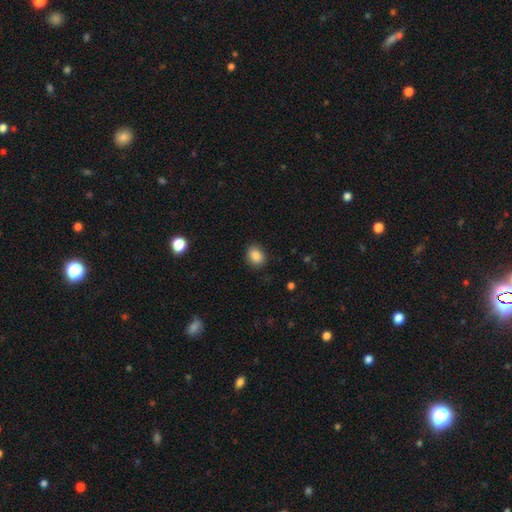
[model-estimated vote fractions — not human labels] Smooth or featured?
  - smooth: 87% *
  - star or artifact: 9%
  - featured or disk: 4%
How rounded?
  - in between: 53% *
  - round: 46%
  - cigar-shaped: 1%
Merging?
  - none: 85% *
  - minor disturbance: 11%
  - major disturbance: 3%
  - merger: 1%